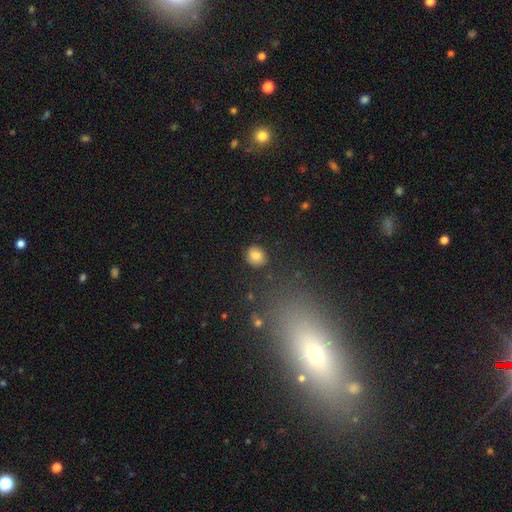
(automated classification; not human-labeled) smooth_or_featured: smooth (p=0.80) [alt: star or artifact p=0.10]
how_rounded: round (p=0.81) [alt: in between p=0.18]
merging: none (p=0.84) [alt: minor disturbance p=0.11]